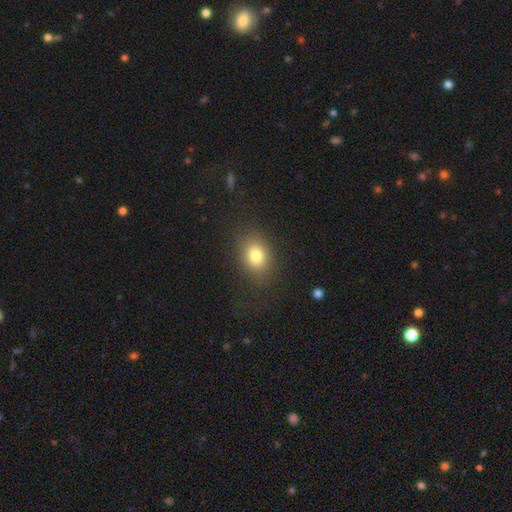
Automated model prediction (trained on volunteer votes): A smooth galaxy with no disk features (80%) that is in between round and cigar-shaped (61%). Merging: none (84%).